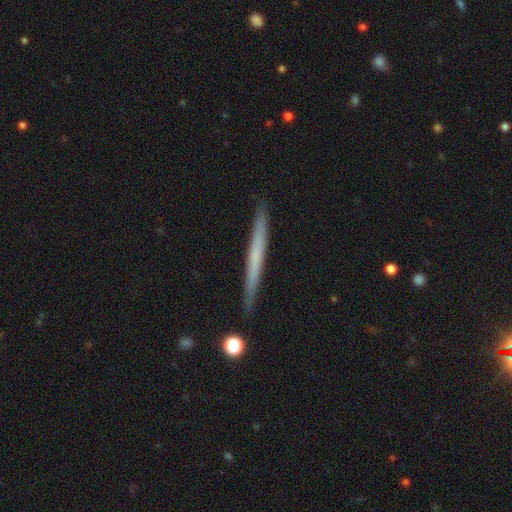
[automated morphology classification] The model was most divided on "smooth or featured": featured or disk: 48%, smooth: 46%, star or artifact: 6%. More confident: merging — none (90%).